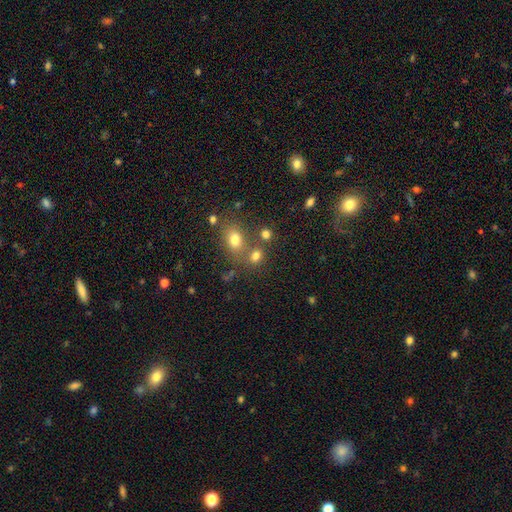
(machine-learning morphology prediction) smooth-or-featured: smooth: 74% | star or artifact: 17% | featured or disk: 9%
  how-rounded: round: 53% | in between: 45% | cigar-shaped: 2%
  merging: none: 58% | merger: 28% | minor disturbance: 10% | major disturbance: 5%